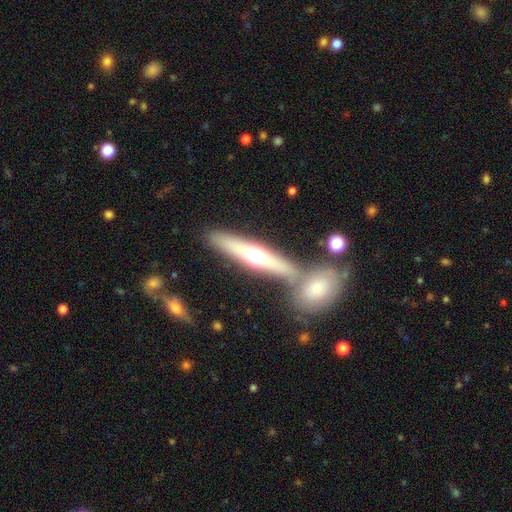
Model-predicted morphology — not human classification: Smooth or featured? Predicted: featured or disk (p=0.50). Edge-on disk? Predicted: yes (p=0.87). Merging? Predicted: none (p=0.64).